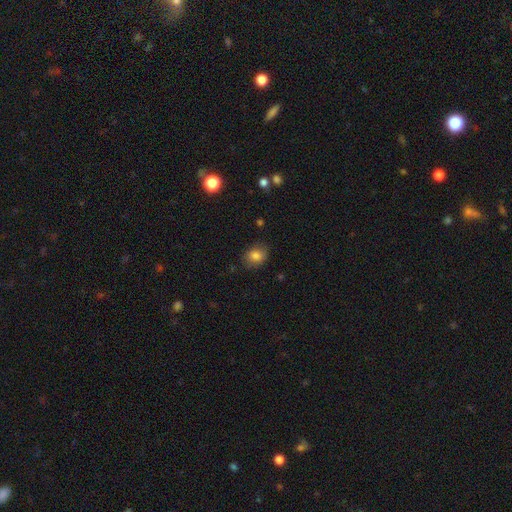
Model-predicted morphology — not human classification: Smooth or featured? smooth (81%)
How rounded? in between (50%)
Merging? none (80%)